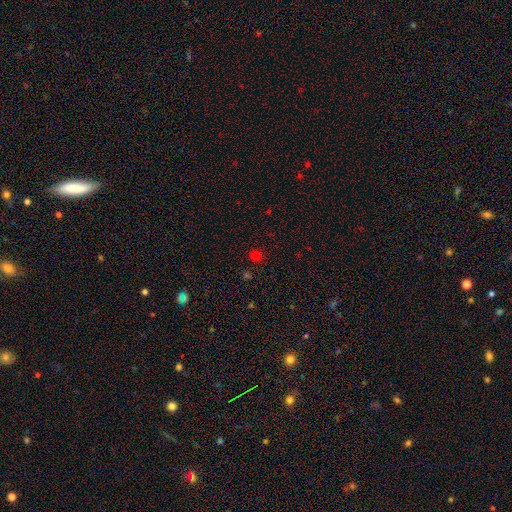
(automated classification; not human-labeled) Smooth or featured: smooth — 69% (star or artifact — 26%)
How rounded: round — 92% (in between — 7%)
Merging: none — 88% (minor disturbance — 7%)